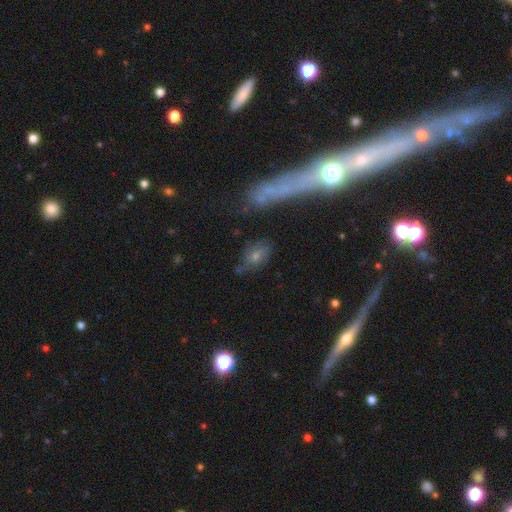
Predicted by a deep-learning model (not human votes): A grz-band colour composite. It shows a smooth galaxy with no disk features (56%) that is in between round and cigar-shaped (65%). Merging: none (67%).